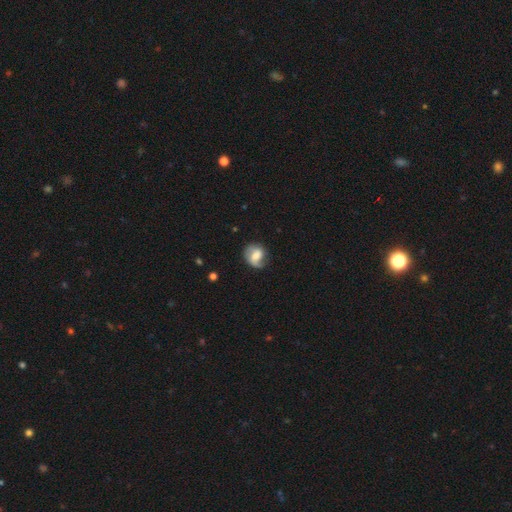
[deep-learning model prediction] This appears to be a smooth galaxy with no disk features (48%). Merging: none (57%).